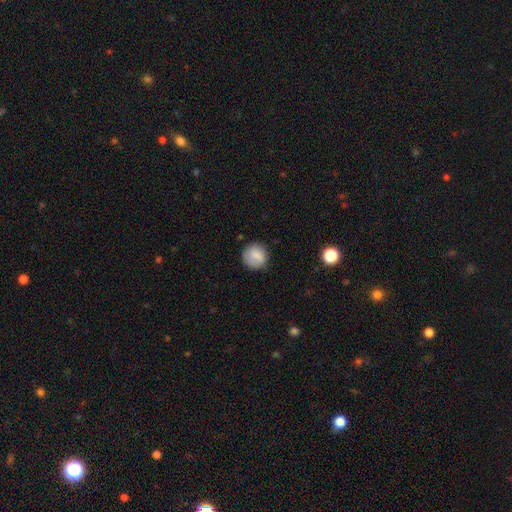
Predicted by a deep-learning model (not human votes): The model was most divided on "merging": none: 79%, minor disturbance: 15%, major disturbance: 5%, merger: 1%. More confident: how rounded — round (86%); smooth or featured — smooth (80%).